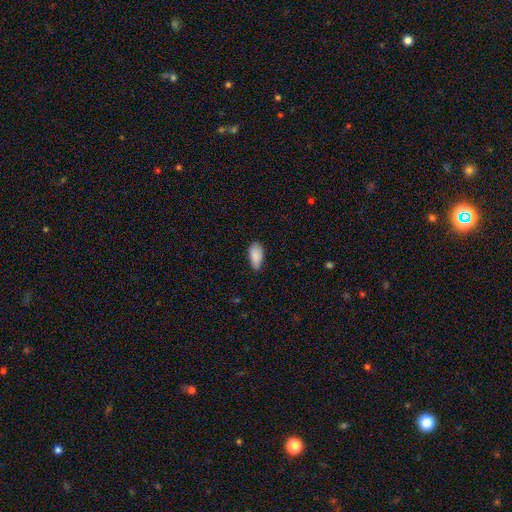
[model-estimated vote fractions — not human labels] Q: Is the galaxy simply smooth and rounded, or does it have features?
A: smooth — 89%.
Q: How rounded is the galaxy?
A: in between — 93%.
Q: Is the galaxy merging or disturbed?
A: none — 74%.